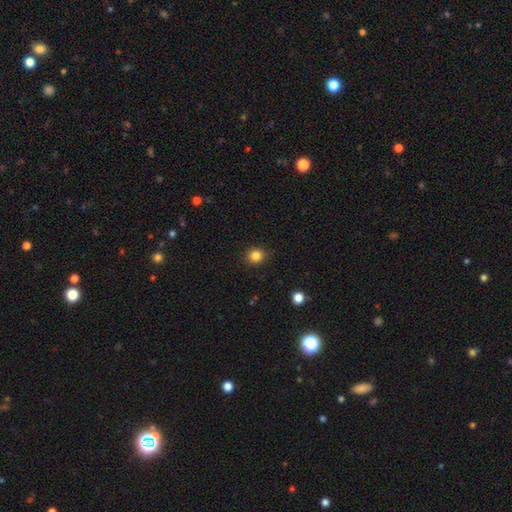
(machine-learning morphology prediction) Smooth or featured: smooth — 84% (star or artifact — 12%)
How rounded: round — 85% (in between — 14%)
Merging: none — 86% (minor disturbance — 10%)